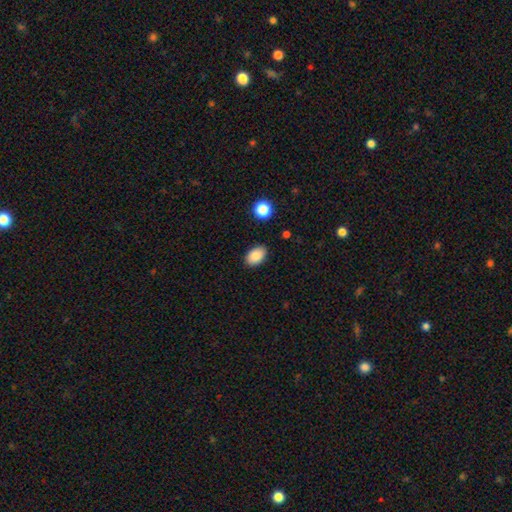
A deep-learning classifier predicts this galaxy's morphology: A smooth galaxy with no disk features (87%) that is in between round and cigar-shaped (89%).

Vote fractions:
- Smooth or featured? smooth: 87% / star or artifact: 8% / featured or disk: 5%
- How rounded? in between: 89% / round: 10% / cigar-shaped: 1%
- Merging? none: 86% / minor disturbance: 10% / major disturbance: 2% / merger: 2%